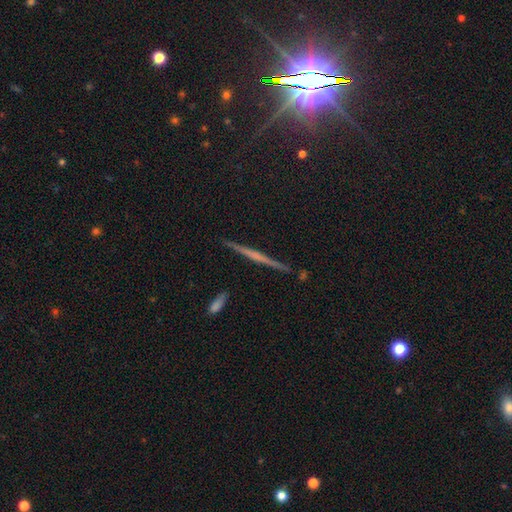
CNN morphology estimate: Overall: featured or disk (65%). Edge-on disk: yes (98%). Edge-on bulge: none (57%; rounded 30%). Merging: none (90%).